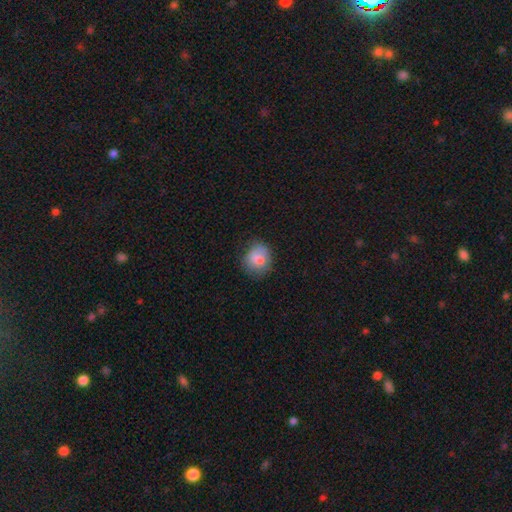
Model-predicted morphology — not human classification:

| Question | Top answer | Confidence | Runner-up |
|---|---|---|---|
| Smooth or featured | smooth | 77% | featured or disk (14%) |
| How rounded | round | 64% | in between (35%) |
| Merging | none | 61% | minor disturbance (25%) |